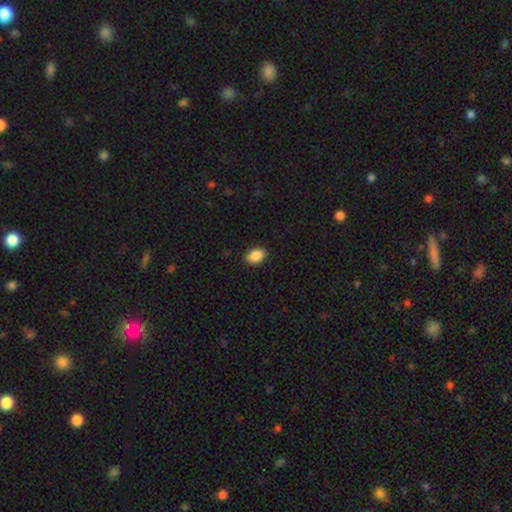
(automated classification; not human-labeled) Smooth or featured?
  - smooth: 90% *
  - star or artifact: 8%
  - featured or disk: 3%
How rounded?
  - in between: 90% *
  - round: 8%
  - cigar-shaped: 2%
Merging?
  - none: 90% *
  - minor disturbance: 7%
  - major disturbance: 2%
  - merger: 1%